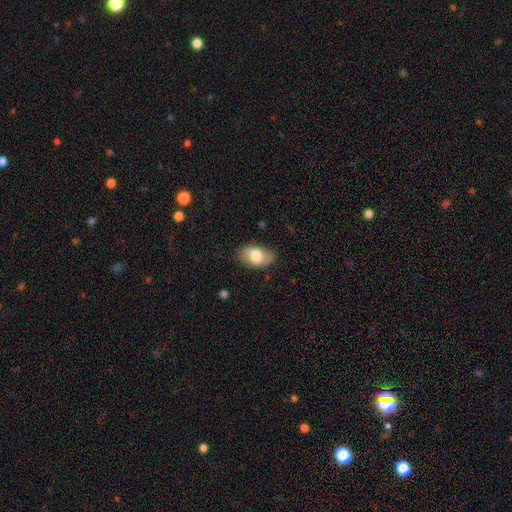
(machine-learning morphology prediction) smooth_or_featured: smooth (p=0.74) [alt: featured or disk p=0.20]
how_rounded: in between (p=0.92) [alt: round p=0.06]
merging: none (p=0.80) [alt: minor disturbance p=0.15]